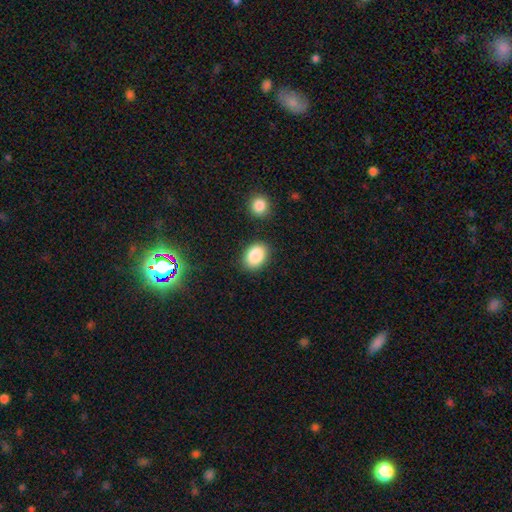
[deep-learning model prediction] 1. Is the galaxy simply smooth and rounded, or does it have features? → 88% smooth, 8% star or artifact, 4% featured or disk.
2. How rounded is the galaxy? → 74% in between, 25% round, 1% cigar-shaped.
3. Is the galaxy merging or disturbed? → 84% none, 9% minor disturbance, 3% merger, 3% major disturbance.